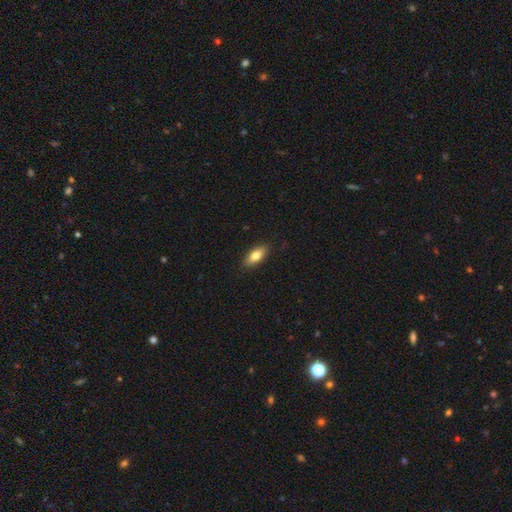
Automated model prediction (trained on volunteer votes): A smooth galaxy with no disk features (77%) that is in between round and cigar-shaped (79%). Merging: none (87%).